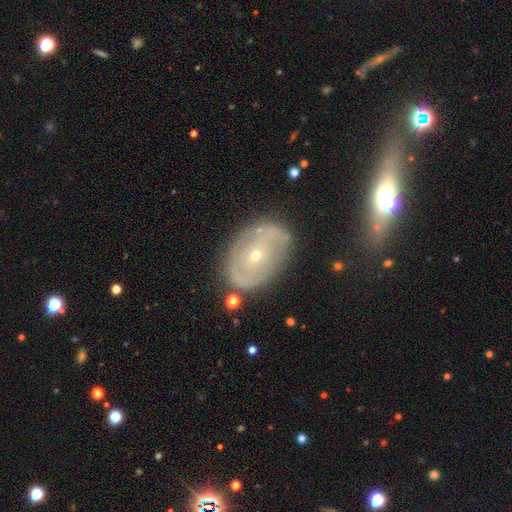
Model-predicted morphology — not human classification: Overall: featured or disk (70%). Edge-on disk: no (94%). Bar: no (71%). Spiral arms: yes (54%; no 46%). Bulge size: small (74%). Merging: none (74%).